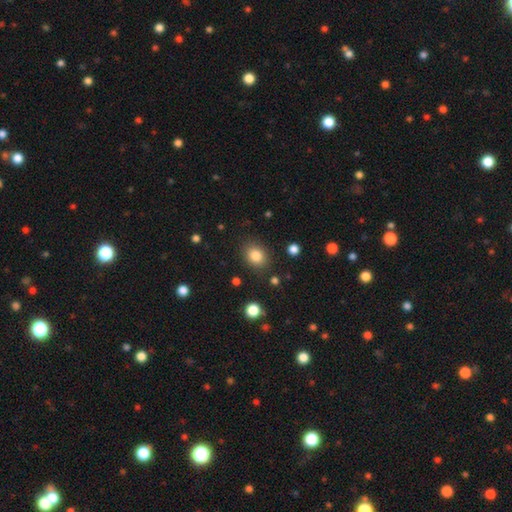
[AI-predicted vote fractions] Smooth or featured? Predicted: smooth (p=0.83). How rounded? Predicted: round (p=0.50). Merging? Predicted: none (p=0.84).